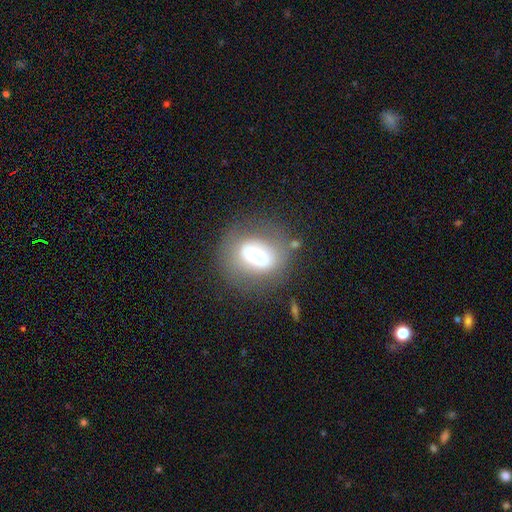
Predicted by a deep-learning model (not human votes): This appears to be a featured or disk galaxy (47%). Merging: none (63%).